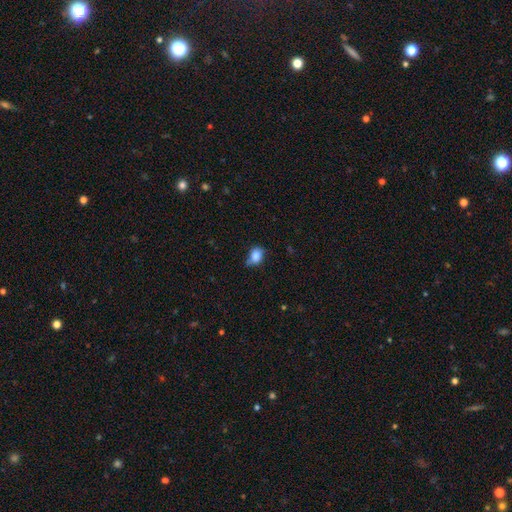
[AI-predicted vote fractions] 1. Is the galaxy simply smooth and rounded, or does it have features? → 84% smooth, 9% star or artifact, 7% featured or disk.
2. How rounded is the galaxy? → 62% in between, 36% round, 1% cigar-shaped.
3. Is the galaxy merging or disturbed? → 52% none, 36% minor disturbance, 8% major disturbance, 5% merger.